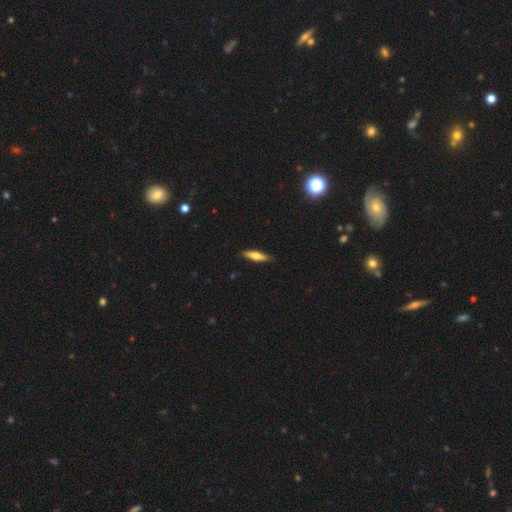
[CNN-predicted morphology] Overall: smooth (60%; featured or disk 34%). How rounded: cigar-shaped (74%). Merging: none (88%).